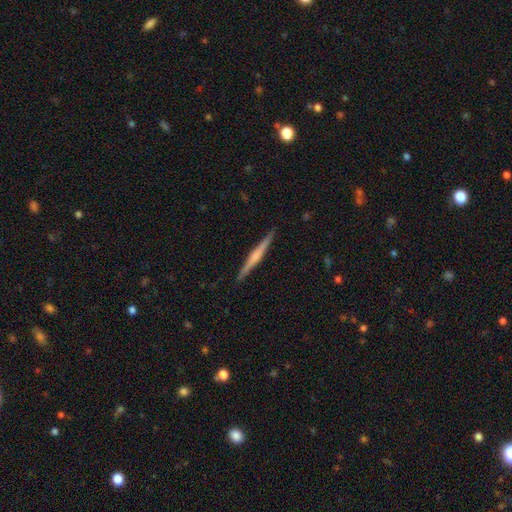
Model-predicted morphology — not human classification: Overall: featured or disk (66%; smooth 29%). Edge-on disk: yes (98%). Edge-on bulge: rounded (53%; none 30%). Merging: none (91%).